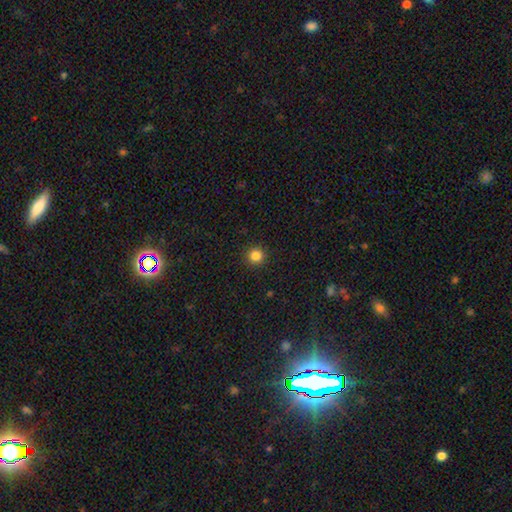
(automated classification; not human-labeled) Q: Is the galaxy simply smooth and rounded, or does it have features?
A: smooth — 84%.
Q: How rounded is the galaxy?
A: round — 95%.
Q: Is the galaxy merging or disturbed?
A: none — 93%.